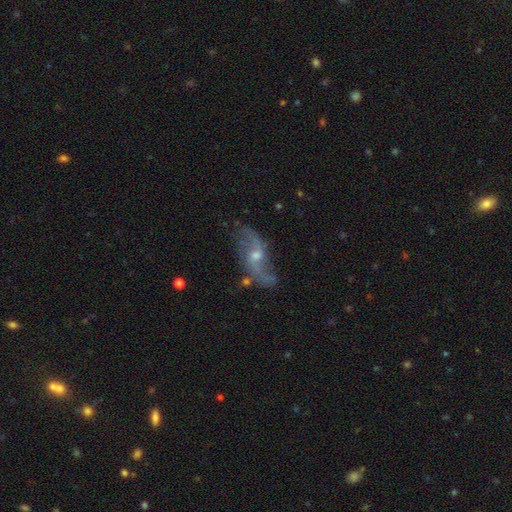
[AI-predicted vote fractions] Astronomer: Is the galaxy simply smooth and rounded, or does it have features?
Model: featured or disk — 84%.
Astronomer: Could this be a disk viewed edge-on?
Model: no — 92%.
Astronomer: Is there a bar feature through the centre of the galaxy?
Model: no — 47% (runner-up: weak, 41%).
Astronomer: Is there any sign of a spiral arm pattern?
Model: yes — 92%.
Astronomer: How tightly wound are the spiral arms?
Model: loose — 79%.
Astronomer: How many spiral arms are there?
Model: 2 — 90%.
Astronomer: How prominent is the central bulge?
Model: moderate — 50% (runner-up: small, 45%).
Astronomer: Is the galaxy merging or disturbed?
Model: none — 69%.